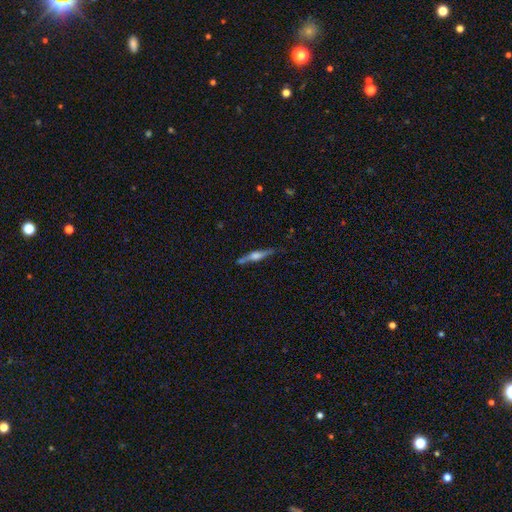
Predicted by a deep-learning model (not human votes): featured or disk 66%, smooth 28%, star or artifact 6%. Down the decision tree: edge-on disk — yes (97%); edge-on bulge — rounded (85%); merging — none (79%).